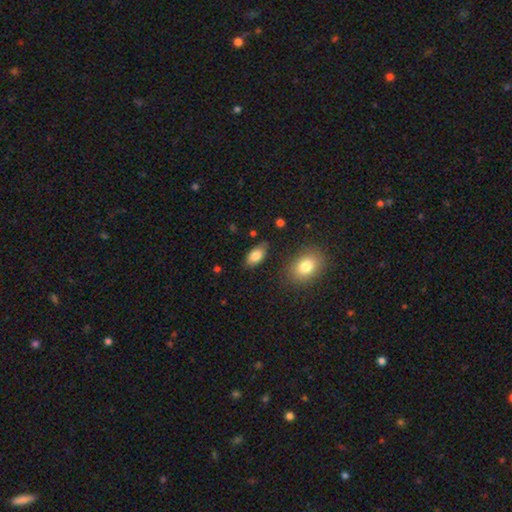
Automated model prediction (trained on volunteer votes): smooth 83%, featured or disk 10%, star or artifact 8%. Down the decision tree: how rounded — in between (93%); merging — none (80%).